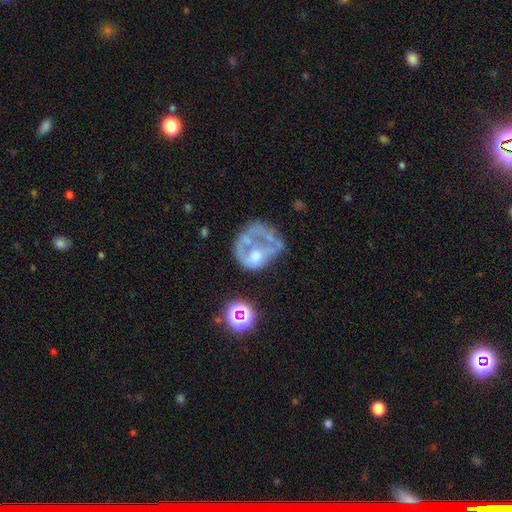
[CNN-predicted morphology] type=featured or disk (59%); edge-on=no (98%); bar=no (88%); spiral arms=no (83%); bulge=moderate (39%); merging=major disturbance (36%).